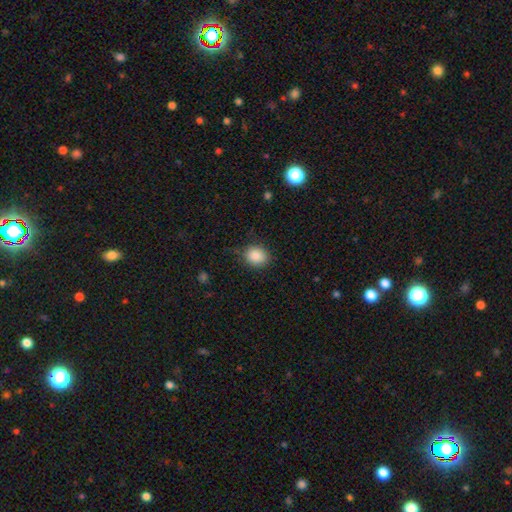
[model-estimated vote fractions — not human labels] Smooth or featured? Predicted: smooth (p=0.87). How rounded? Predicted: round (p=0.65). Merging? Predicted: none (p=0.79).